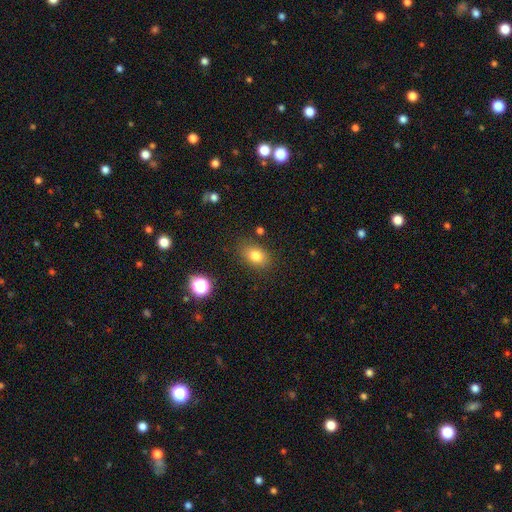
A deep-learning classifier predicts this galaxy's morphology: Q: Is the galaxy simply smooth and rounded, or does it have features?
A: smooth — 80%.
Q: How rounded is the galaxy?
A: in between — 77%.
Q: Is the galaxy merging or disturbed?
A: none — 81%.